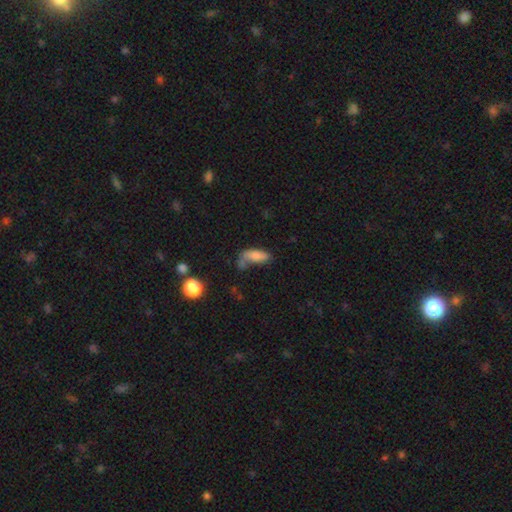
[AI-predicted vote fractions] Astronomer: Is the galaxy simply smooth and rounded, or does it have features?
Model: smooth — 75%.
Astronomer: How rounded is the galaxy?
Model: in between — 71%.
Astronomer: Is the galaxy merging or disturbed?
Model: none — 37% (runner-up: minor disturbance, 24%).